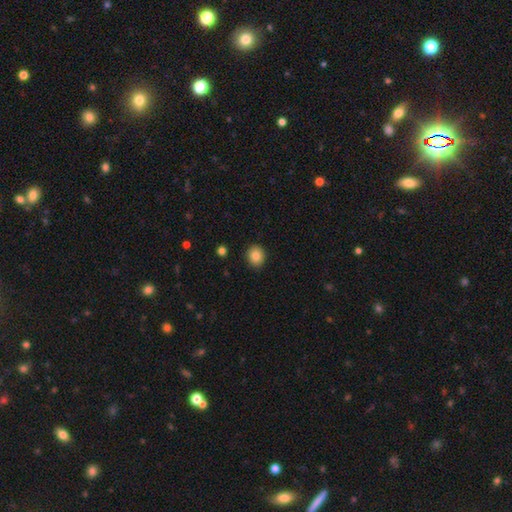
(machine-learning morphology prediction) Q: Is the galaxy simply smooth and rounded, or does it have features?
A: smooth — 85%.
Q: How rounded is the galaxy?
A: round — 69%.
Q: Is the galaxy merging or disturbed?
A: none — 90%.